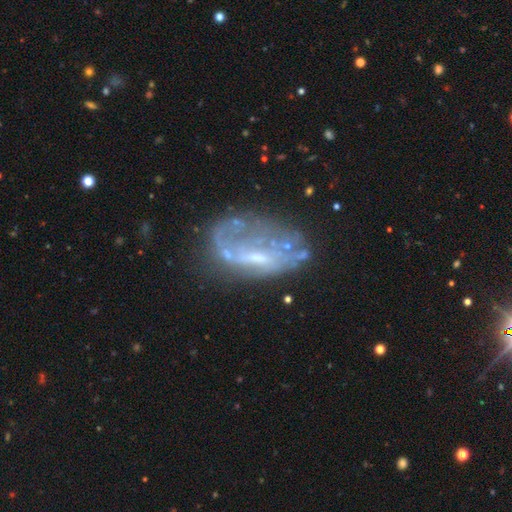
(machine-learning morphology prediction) Smooth or featured: featured or disk — 66% (smooth — 23%)
Edge-on disk: no — 94% (yes — 6%)
Bar: no — 53% (weak — 36%)
Spiral arms: no — 59% (yes — 41%)
Bulge size: small — 45% (none — 28%)
Merging: none — 41% (major disturbance — 29%)